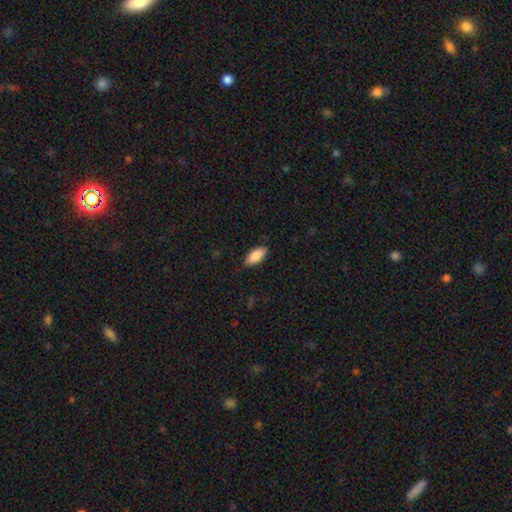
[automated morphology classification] This is clearly a smooth galaxy (86%). How rounded: clearly in between (88%). Merging: clearly none (86%).